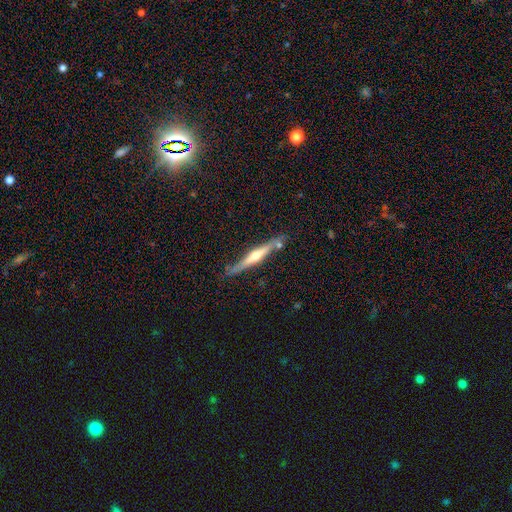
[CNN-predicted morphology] Smooth or featured? Predicted: featured or disk (p=0.68). Edge-on disk? Predicted: yes (p=0.96). Edge-on bulge? Predicted: rounded (p=0.85). Merging? Predicted: none (p=0.77).